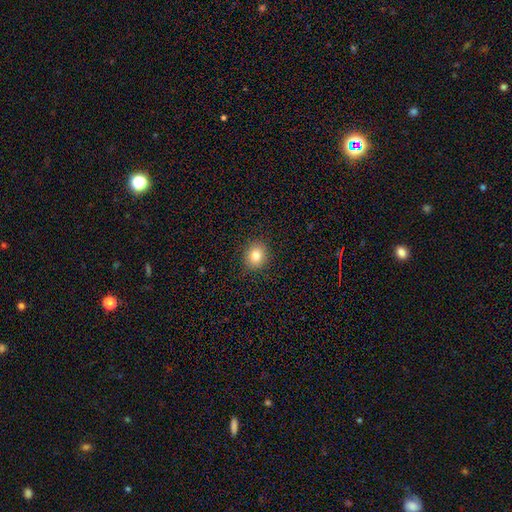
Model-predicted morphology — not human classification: Smooth or featured?
  - smooth: 82% *
  - star or artifact: 11%
  - featured or disk: 7%
How rounded?
  - round: 75% *
  - in between: 24%
  - cigar-shaped: 1%
Merging?
  - none: 90% *
  - minor disturbance: 7%
  - major disturbance: 2%
  - merger: 1%